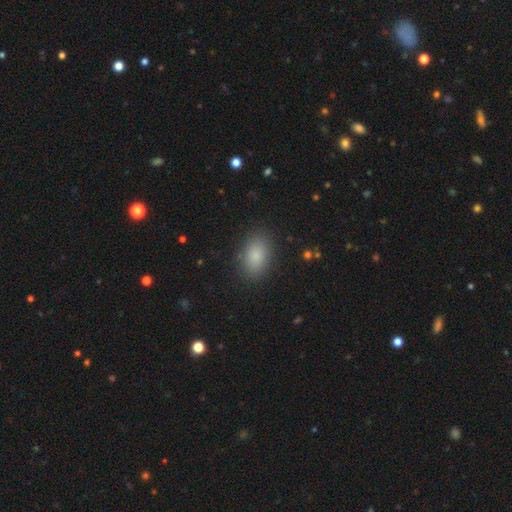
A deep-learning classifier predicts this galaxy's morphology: Smooth or featured?
  - smooth: 86% *
  - star or artifact: 9%
  - featured or disk: 6%
How rounded?
  - in between: 88% *
  - round: 10%
  - cigar-shaped: 2%
Merging?
  - none: 87% *
  - minor disturbance: 9%
  - major disturbance: 3%
  - merger: 1%